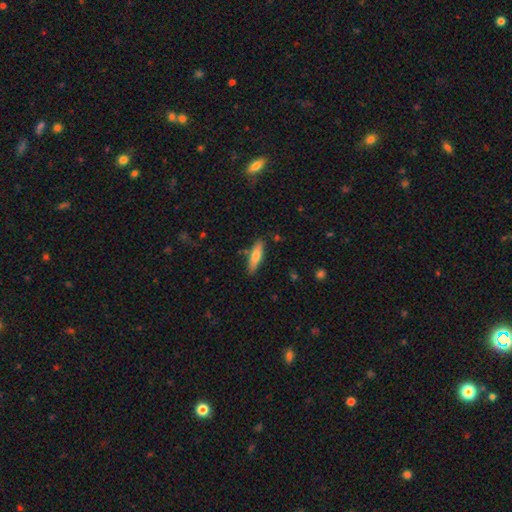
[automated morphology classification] Smooth or featured? smooth (71%)
How rounded? cigar-shaped (61%)
Merging? none (82%)